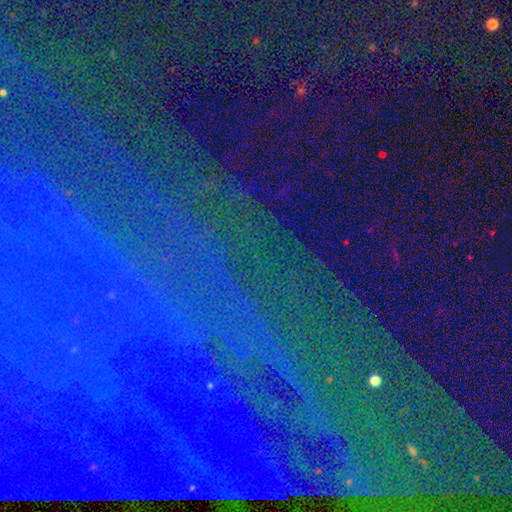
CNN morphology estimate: star or artifact 83%, featured or disk 8%, smooth 8%.